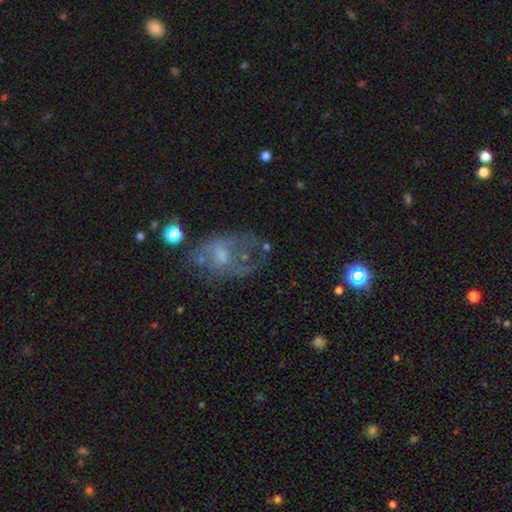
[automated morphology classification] A featured or disk galaxy (51%). Merging: none (45%).